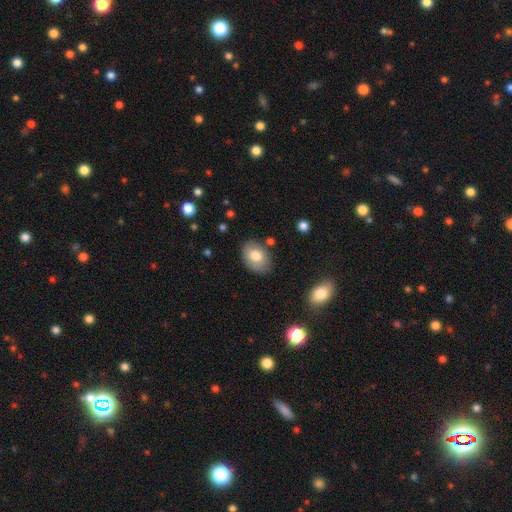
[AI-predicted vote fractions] The model was most divided on "smooth or featured": smooth: 75%, featured or disk: 18%, star or artifact: 7%. More confident: how rounded — in between (80%); merging — none (77%).